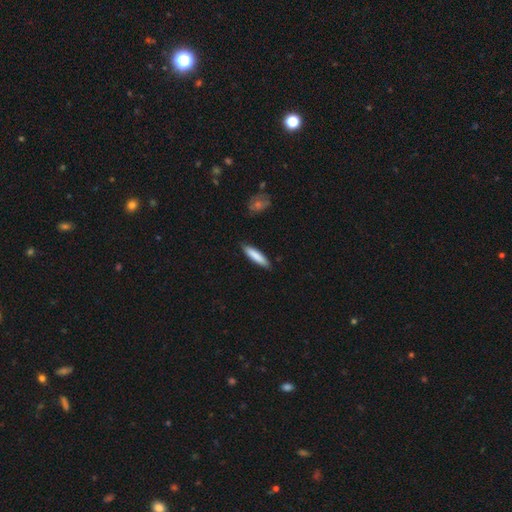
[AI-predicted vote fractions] Q: Smooth or featured?
A: smooth (83%); runner-up: featured or disk (12%)
Q: How rounded?
A: cigar-shaped (82%); runner-up: in between (16%)
Q: Merging?
A: none (88%); runner-up: minor disturbance (9%)